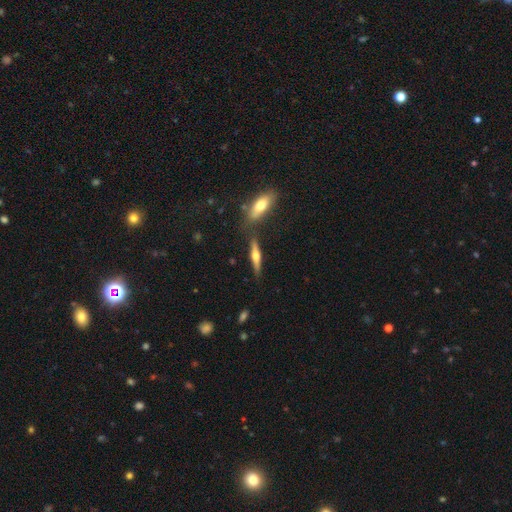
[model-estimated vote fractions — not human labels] Overall: featured or disk (60%; smooth 34%). Edge-on disk: yes (95%). Edge-on bulge: rounded (93%). Merging: none (77%).